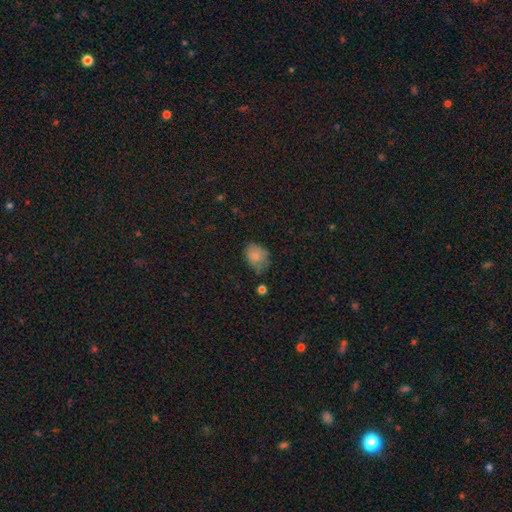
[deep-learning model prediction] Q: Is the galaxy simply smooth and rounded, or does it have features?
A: smooth — 79%.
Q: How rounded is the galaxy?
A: in between — 63%.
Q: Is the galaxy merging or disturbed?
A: none — 53%.